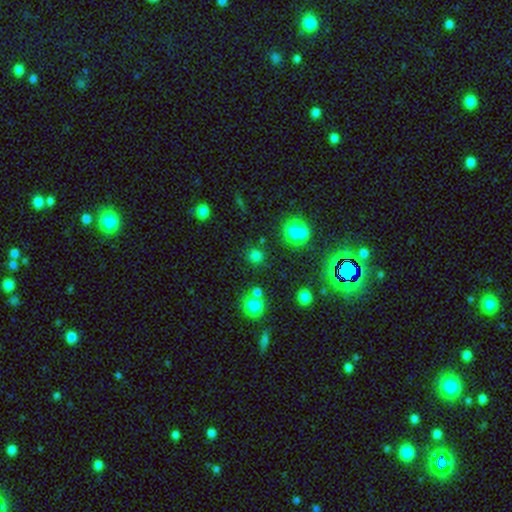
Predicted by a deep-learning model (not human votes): The model was most divided on "smooth or featured": smooth: 73%, star or artifact: 20%, featured or disk: 7%. More confident: how rounded — round (90%); merging — none (79%).